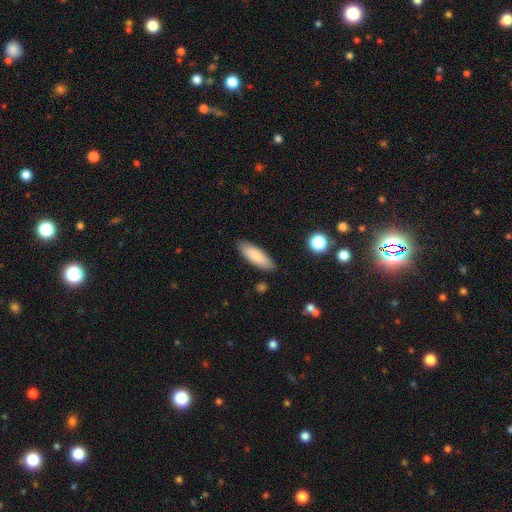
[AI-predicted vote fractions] smooth_or_featured: smooth (p=0.83) [alt: featured or disk p=0.11]
how_rounded: in between (p=0.57) [alt: cigar-shaped p=0.41]
merging: none (p=0.86) [alt: minor disturbance p=0.10]